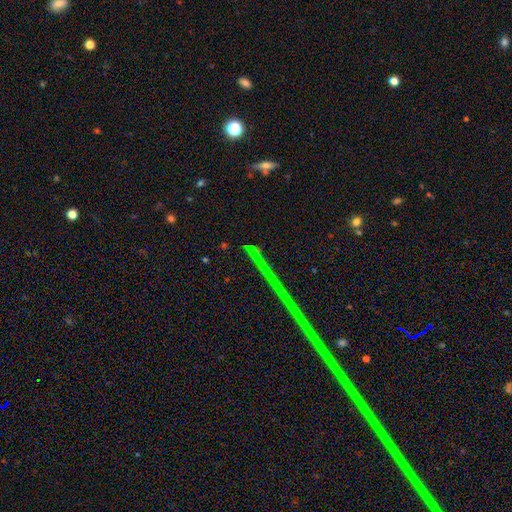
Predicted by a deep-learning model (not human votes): The model was most divided on "smooth or featured": star or artifact: 76%, featured or disk: 13%, smooth: 11%.